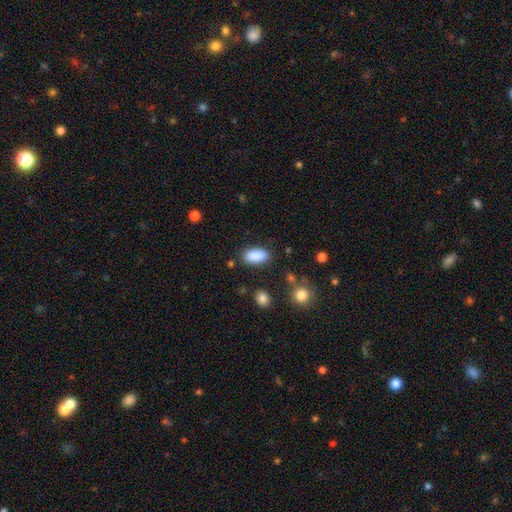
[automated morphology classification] Smooth or featured?
  - smooth: 89% *
  - star or artifact: 7%
  - featured or disk: 4%
How rounded?
  - in between: 91% *
  - cigar-shaped: 6%
  - round: 3%
Merging?
  - none: 84% *
  - minor disturbance: 10%
  - major disturbance: 3%
  - merger: 2%